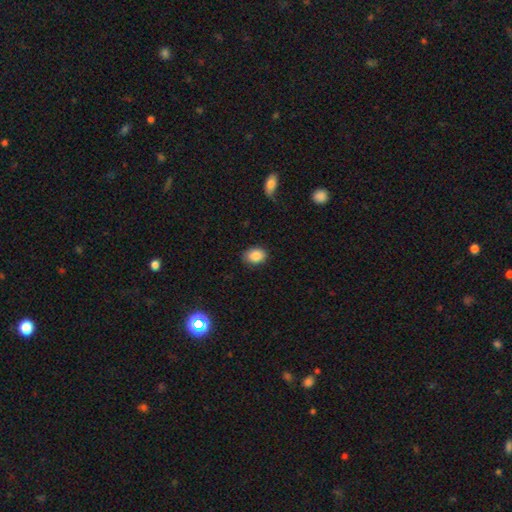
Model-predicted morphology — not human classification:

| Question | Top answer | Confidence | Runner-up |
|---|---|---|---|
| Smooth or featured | smooth | 86% | star or artifact (8%) |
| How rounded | in between | 67% | round (32%) |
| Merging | none | 82% | minor disturbance (14%) |